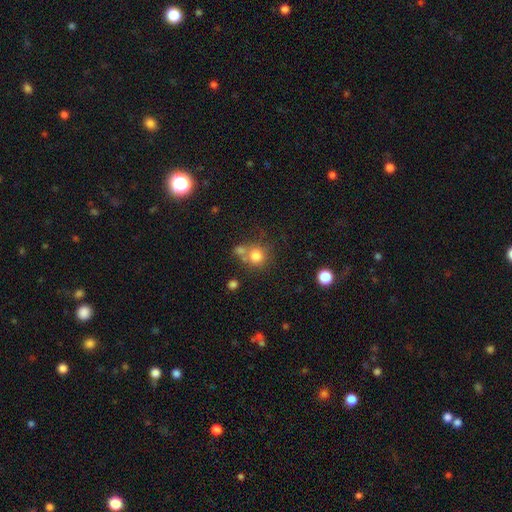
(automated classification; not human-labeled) smooth-or-featured: smooth: 77% | star or artifact: 13% | featured or disk: 10%
  how-rounded: round: 88% | in between: 11% | cigar-shaped: 1%
  merging: none: 54% | merger: 30% | minor disturbance: 11% | major disturbance: 5%